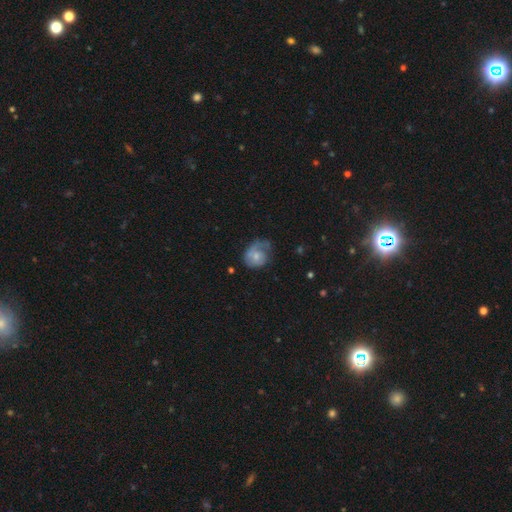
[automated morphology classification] featured or disk 58%, smooth 35%, star or artifact 7%. Down the decision tree: edge-on disk — no (97%); bar — no (69%); spiral arms — yes (82%); bulge size — small (50%); merging — none (44%).